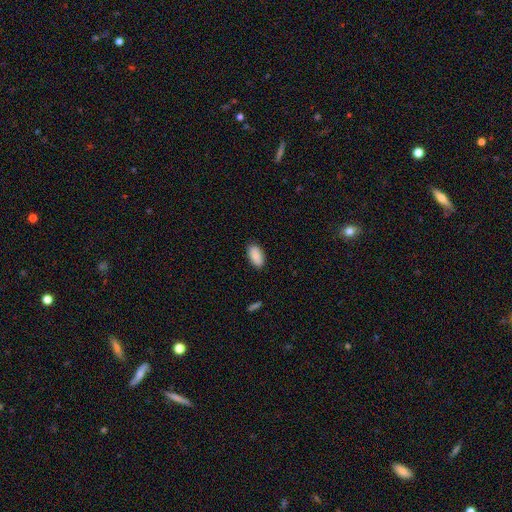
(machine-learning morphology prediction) This appears to be a smooth galaxy with no disk features (88%) that is in between round and cigar-shaped (94%). Merging: none (88%).